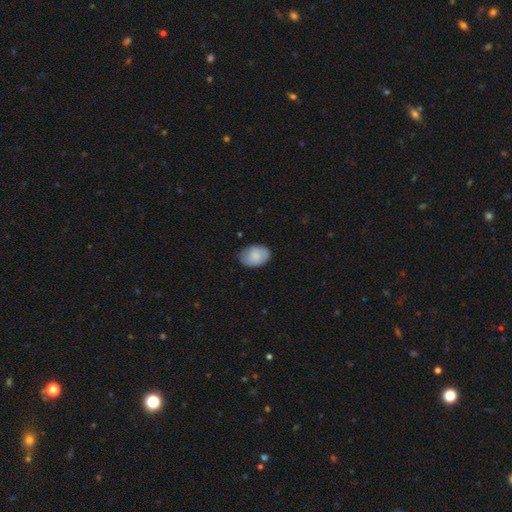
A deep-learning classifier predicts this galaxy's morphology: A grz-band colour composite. It shows a smooth galaxy with no disk features (82%) that is in between round and cigar-shaped (79%). Merging: none (78%).